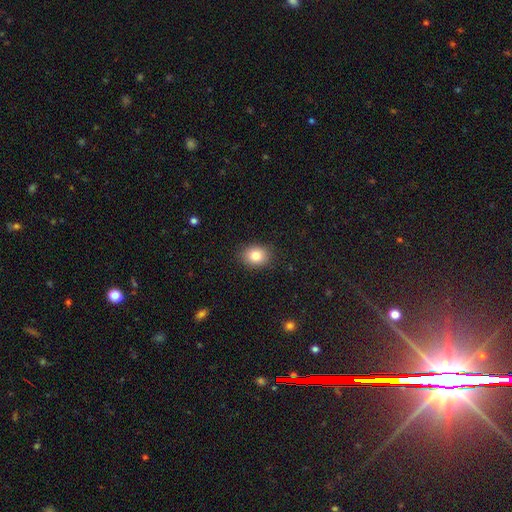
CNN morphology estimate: Smooth or featured? Predicted: smooth (p=0.82). How rounded? Predicted: in between (p=0.53). Merging? Predicted: none (p=0.88).